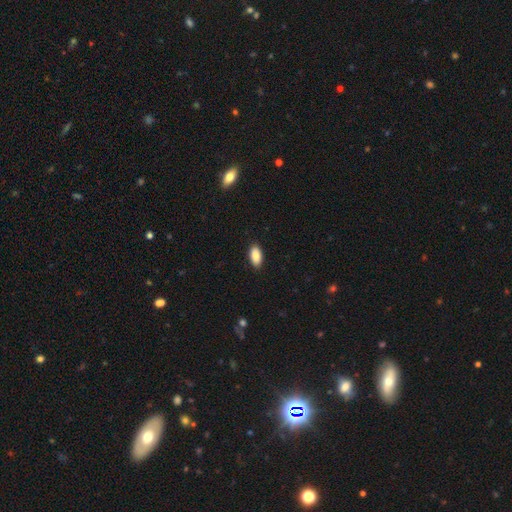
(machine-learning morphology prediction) This appears to be a smooth galaxy with no disk features (88%) that is in between round and cigar-shaped (92%). Merging: none (89%).